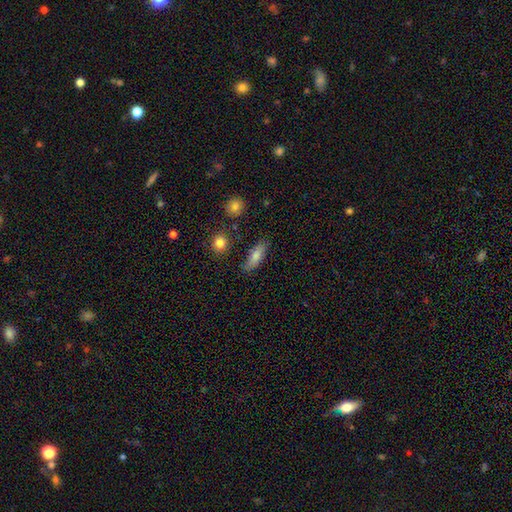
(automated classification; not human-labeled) smooth 75%, featured or disk 17%, star or artifact 8%. Down the decision tree: how rounded — in between (55%); merging — none (78%).